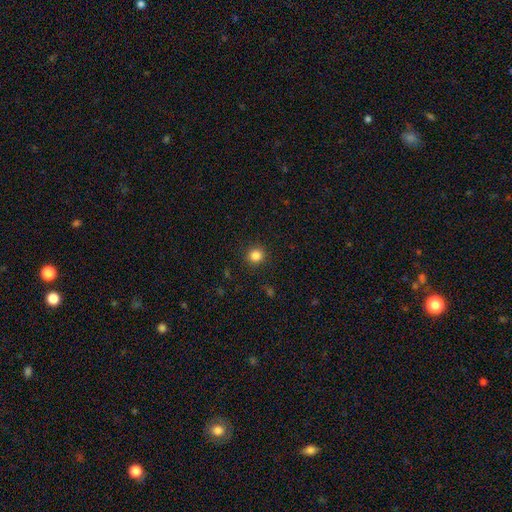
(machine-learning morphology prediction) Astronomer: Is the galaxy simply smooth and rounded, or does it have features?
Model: smooth — 83%.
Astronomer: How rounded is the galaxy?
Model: round — 91%.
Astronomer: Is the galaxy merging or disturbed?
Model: none — 91%.